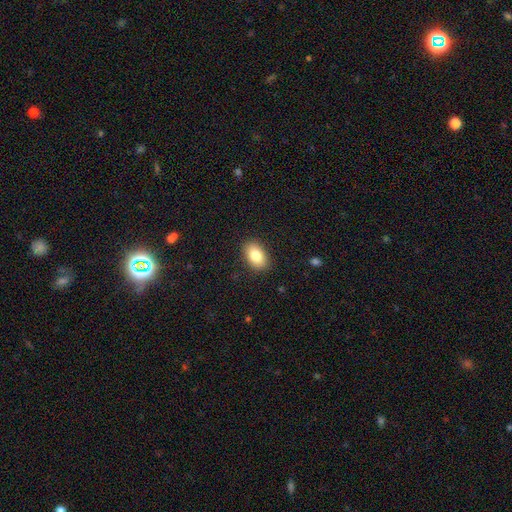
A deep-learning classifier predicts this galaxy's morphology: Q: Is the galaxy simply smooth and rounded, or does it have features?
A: smooth — 83%.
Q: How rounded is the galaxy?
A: in between — 89%.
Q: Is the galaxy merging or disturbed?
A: none — 88%.